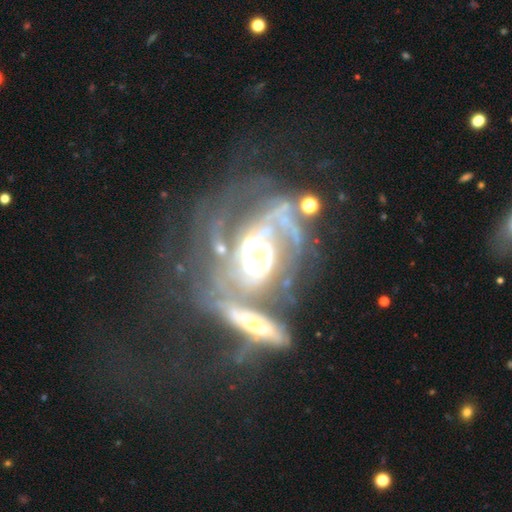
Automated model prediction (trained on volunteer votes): featured or disk 87%, star or artifact 7%, smooth 6%. Down the decision tree: edge-on disk — no (95%); bar — no (67%); spiral arms — yes (90%); spiral arm count — can't tell (35%); spiral winding — tight (52%); bulge size — moderate (56%); merging — merger (47%).